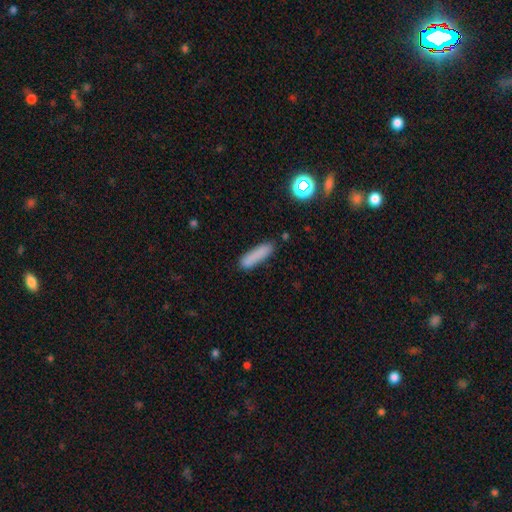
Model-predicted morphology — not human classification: A smooth galaxy with no disk features (83%) that is cigar-shaped (78%).

Vote fractions:
- Smooth or featured? smooth: 83% / star or artifact: 9% / featured or disk: 8%
- How rounded? cigar-shaped: 78% / in between: 21% / round: 2%
- Merging? none: 80% / minor disturbance: 13% / merger: 3% / major disturbance: 3%